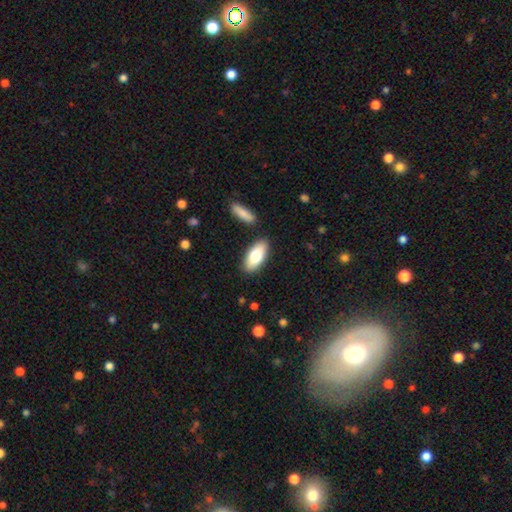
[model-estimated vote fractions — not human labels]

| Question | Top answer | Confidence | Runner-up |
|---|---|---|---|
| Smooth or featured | smooth | 76% | featured or disk (18%) |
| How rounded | in between | 86% | cigar-shaped (12%) |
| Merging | none | 85% | minor disturbance (9%) |